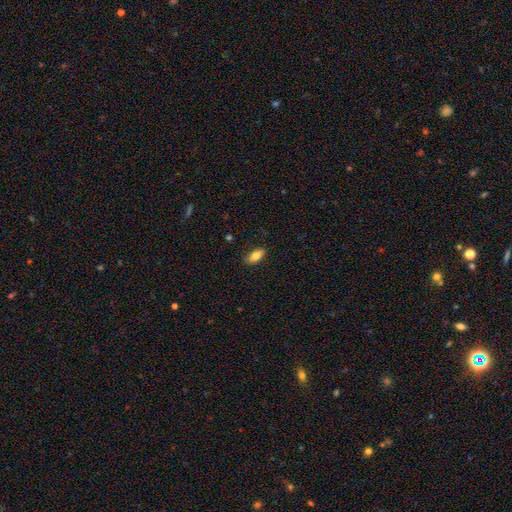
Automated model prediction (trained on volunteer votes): Smooth or featured? smooth (80%)
How rounded? in between (87%)
Merging? none (86%)